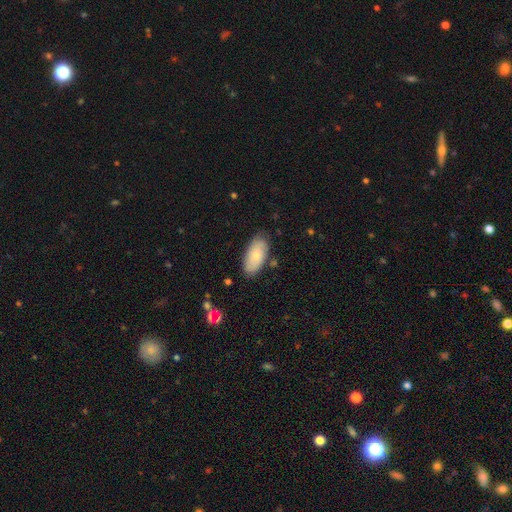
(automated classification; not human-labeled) This appears to be a smooth galaxy with no disk features (75%) that is in between round and cigar-shaped (92%). Merging: none (78%).